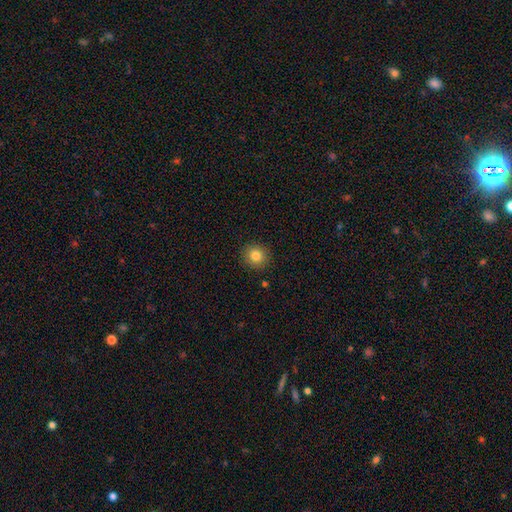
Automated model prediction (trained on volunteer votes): Q: Smooth or featured?
A: smooth (81%); runner-up: star or artifact (12%)
Q: How rounded?
A: round (92%); runner-up: in between (7%)
Q: Merging?
A: none (91%); runner-up: minor disturbance (6%)